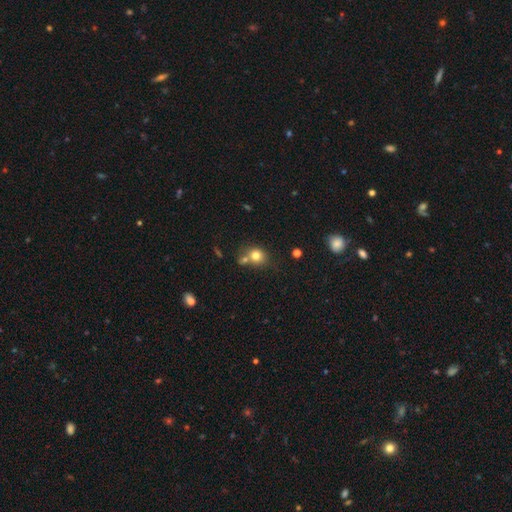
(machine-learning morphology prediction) Smooth or featured?
  - smooth: 77% *
  - star or artifact: 12%
  - featured or disk: 10%
How rounded?
  - round: 73% *
  - in between: 26%
  - cigar-shaped: 1%
Merging?
  - none: 53% *
  - merger: 30%
  - minor disturbance: 12%
  - major disturbance: 5%